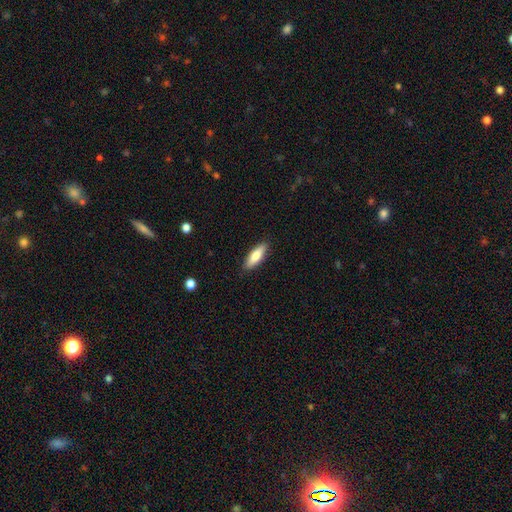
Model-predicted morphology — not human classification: This is likely a smooth galaxy (79%). How rounded: possibly in between (55%). Merging: clearly none (88%).